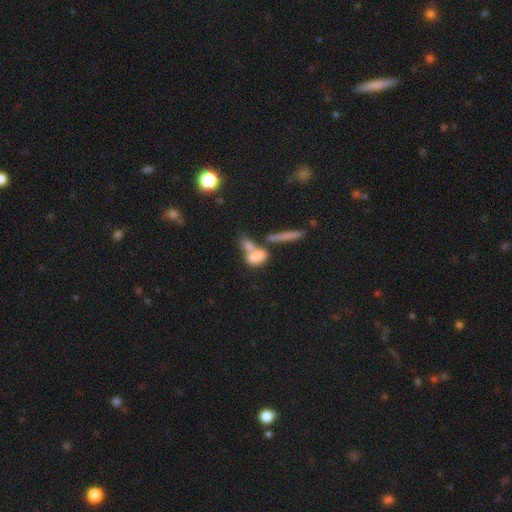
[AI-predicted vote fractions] Smooth or featured? Predicted: smooth (p=0.69). How rounded? Predicted: in between (p=0.69). Merging? Predicted: merger (p=0.55).